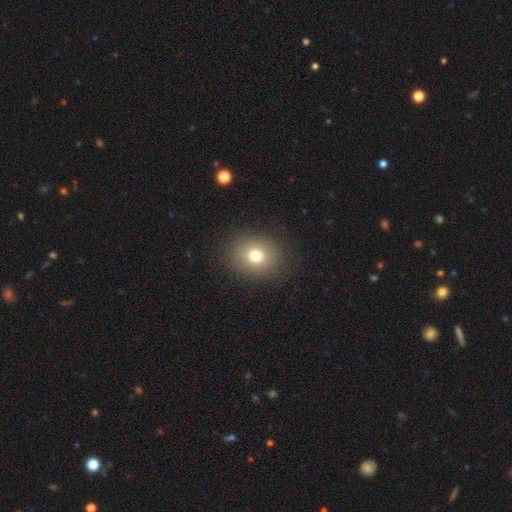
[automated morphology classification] smooth_or_featured: smooth (p=0.75) [alt: star or artifact p=0.13]
how_rounded: round (p=0.72) [alt: in between p=0.27]
merging: none (p=0.86) [alt: minor disturbance p=0.09]